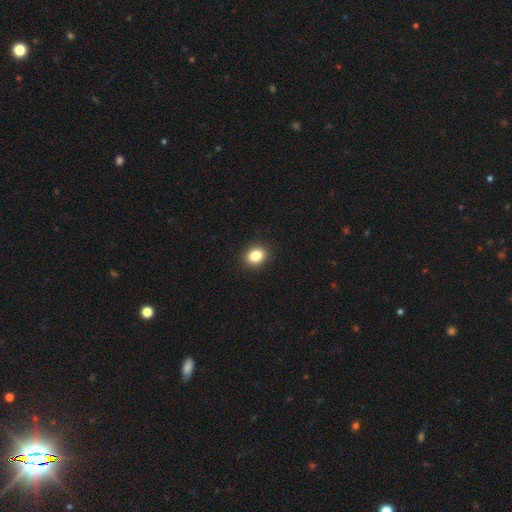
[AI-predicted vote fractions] A smooth galaxy with no disk features (84%) that is round (57%). Merging: none (92%).